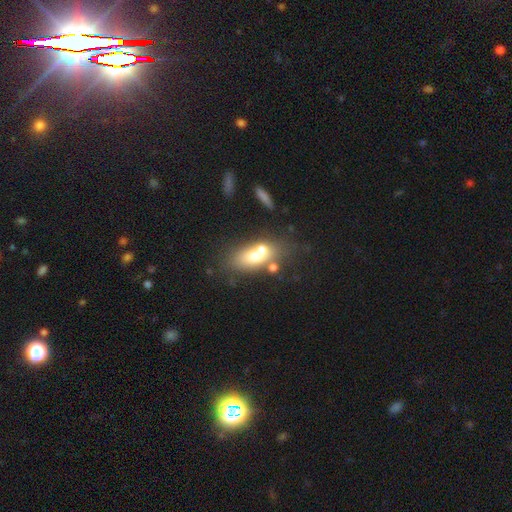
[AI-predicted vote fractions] Q: Smooth or featured?
A: smooth (61%); runner-up: featured or disk (28%)
Q: How rounded?
A: in between (75%); runner-up: cigar-shaped (12%)
Q: Merging?
A: merger (41%); runner-up: none (39%)